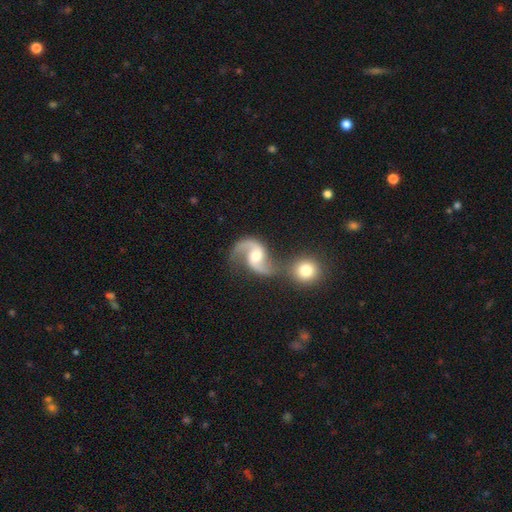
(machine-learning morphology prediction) Smooth or featured?
  - featured or disk: 90% *
  - smooth: 6%
  - star or artifact: 5%
Edge-on disk?
  - no: 98% *
  - yes: 2%
Bar?
  - weak: 46% *
  - no: 41%
  - strong: 13%
Spiral arms?
  - yes: 97% *
  - no: 3%
Spiral winding?
  - loose: 57% *
  - medium: 38%
  - tight: 6%
Spiral arm count?
  - 2: 93% *
  - 1: 3%
  - can't tell: 2%
  - 3: 1%
  - 4: 1%
  - more than 4: 1%
Bulge size?
  - moderate: 62% *
  - small: 19%
  - large: 14%
  - none: 4%
  - dominant: 2%
Merging?
  - none: 45% *
  - merger: 33%
  - minor disturbance: 13%
  - major disturbance: 9%